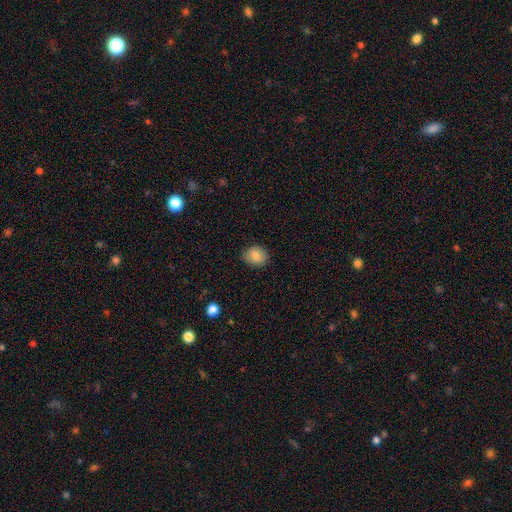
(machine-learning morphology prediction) smooth_or_featured: smooth (p=0.85) [alt: star or artifact p=0.08]
how_rounded: round (p=0.59) [alt: in between p=0.40]
merging: none (p=0.82) [alt: minor disturbance p=0.14]